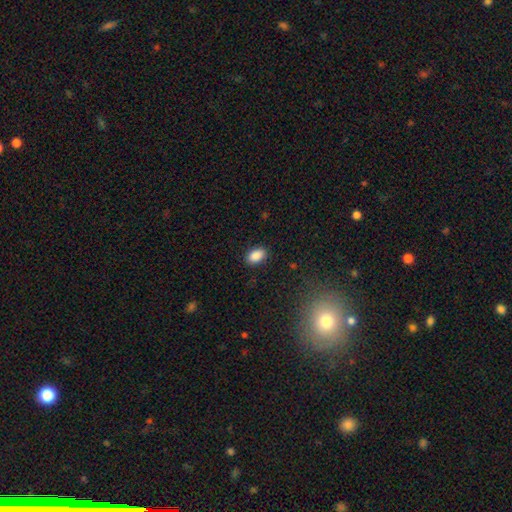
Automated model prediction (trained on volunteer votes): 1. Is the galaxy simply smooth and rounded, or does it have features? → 88% smooth, 8% star or artifact, 4% featured or disk.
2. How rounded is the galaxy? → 88% in between, 11% round, 1% cigar-shaped.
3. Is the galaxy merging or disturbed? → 87% none, 9% minor disturbance, 2% major disturbance, 1% merger.